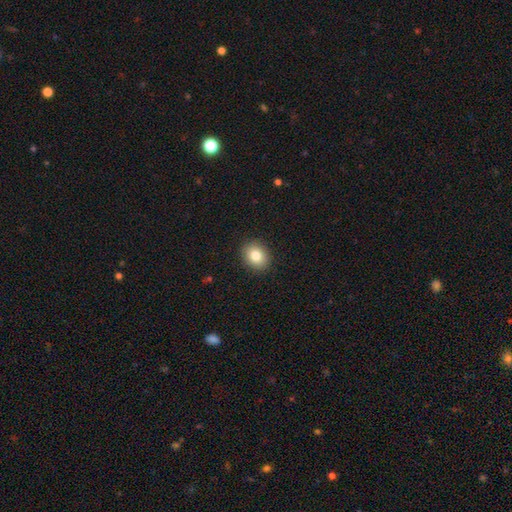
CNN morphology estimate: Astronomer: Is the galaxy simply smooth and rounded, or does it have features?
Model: smooth — 82%.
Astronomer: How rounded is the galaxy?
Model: round — 62% (runner-up: in between, 38%).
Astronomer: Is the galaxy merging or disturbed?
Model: none — 91%.